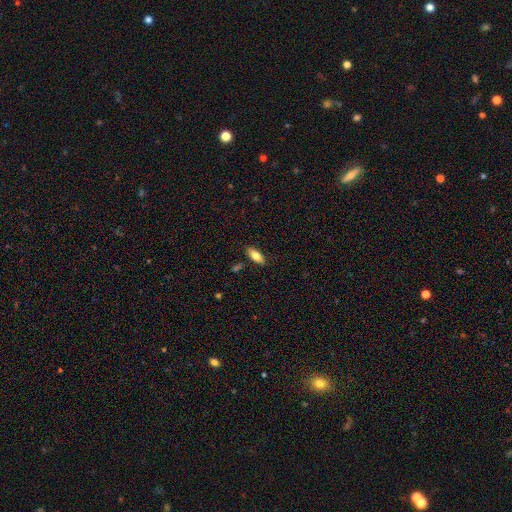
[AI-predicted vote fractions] Q: Smooth or featured?
A: smooth (76%); runner-up: featured or disk (17%)
Q: How rounded?
A: in between (81%); runner-up: cigar-shaped (16%)
Q: Merging?
A: none (85%); runner-up: minor disturbance (11%)